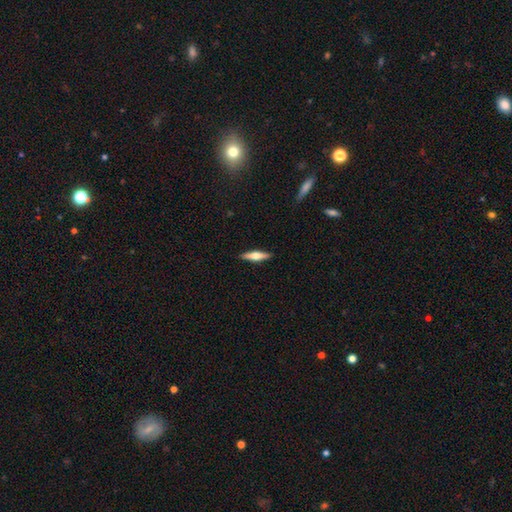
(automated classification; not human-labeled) The model was most divided on "smooth or featured": featured or disk: 52%, smooth: 42%, star or artifact: 6%. More confident: edge-on disk — yes (95%); merging — none (90%).